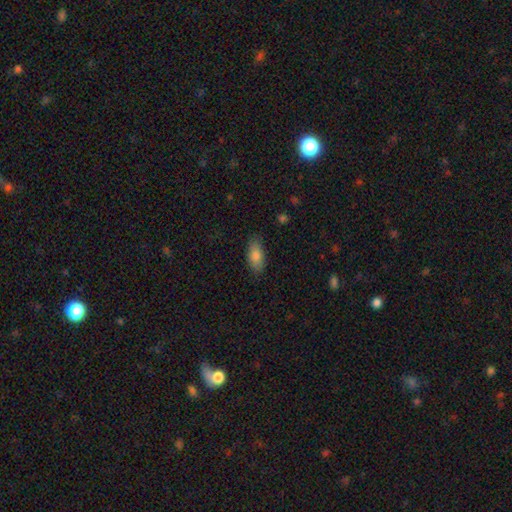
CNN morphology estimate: Smooth or featured: smooth — 81% (featured or disk — 12%)
How rounded: in between — 85% (cigar-shaped — 12%)
Merging: none — 84% (minor disturbance — 13%)